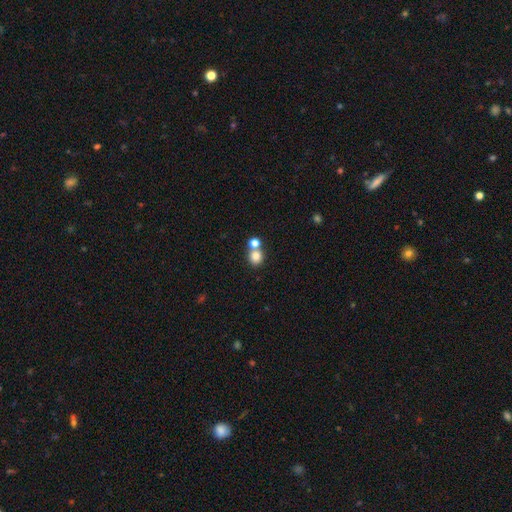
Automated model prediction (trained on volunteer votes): Q: Smooth or featured?
A: smooth (80%); runner-up: star or artifact (12%)
Q: How rounded?
A: round (82%); runner-up: in between (17%)
Q: Merging?
A: none (53%); runner-up: merger (37%)